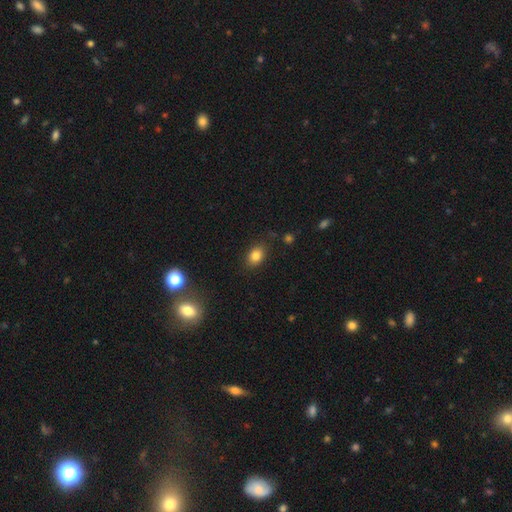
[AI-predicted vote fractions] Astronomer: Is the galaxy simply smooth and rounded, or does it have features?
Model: smooth — 82%.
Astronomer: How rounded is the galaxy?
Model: in between — 72%.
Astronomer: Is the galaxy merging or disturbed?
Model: none — 83%.